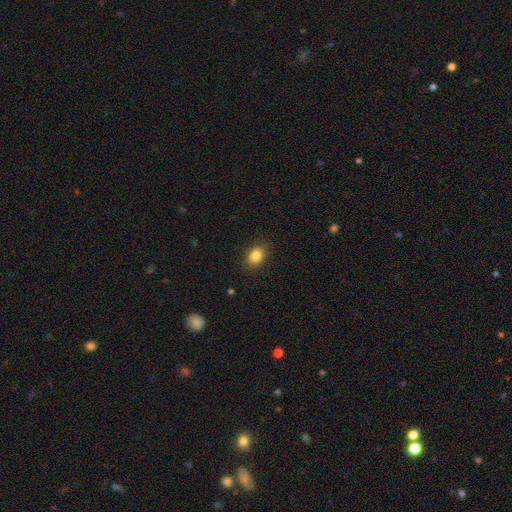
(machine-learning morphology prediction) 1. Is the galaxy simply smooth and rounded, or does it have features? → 85% smooth, 9% star or artifact, 5% featured or disk.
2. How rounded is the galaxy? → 64% in between, 34% round, 1% cigar-shaped.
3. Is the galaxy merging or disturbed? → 88% none, 9% minor disturbance, 2% major disturbance, 1% merger.